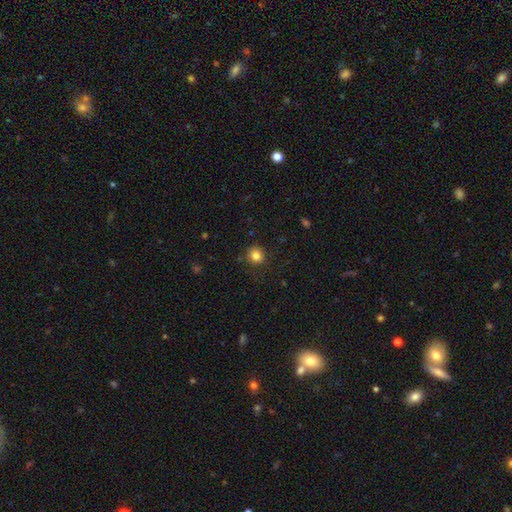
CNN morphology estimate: The model was most divided on "smooth or featured": smooth: 83%, star or artifact: 12%, featured or disk: 5%. More confident: how rounded — round (90%); merging — none (87%).